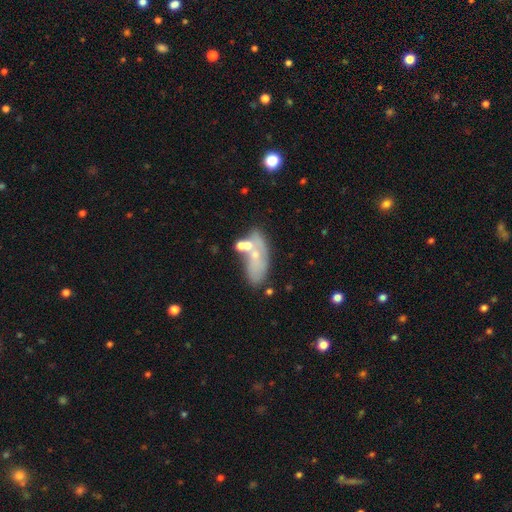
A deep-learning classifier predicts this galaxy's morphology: type=smooth (50%); merging=none (49%).